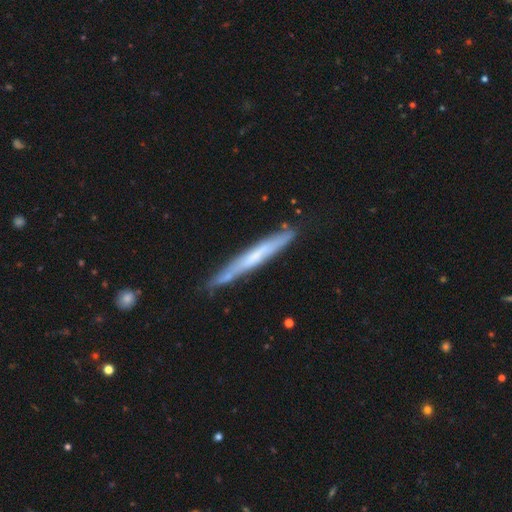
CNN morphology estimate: Smooth or featured? Predicted: featured or disk (p=0.53). Edge-on disk? Predicted: yes (p=0.90). Merging? Predicted: none (p=0.79).